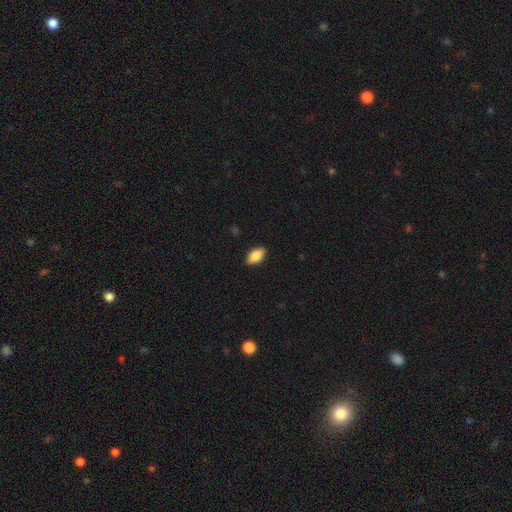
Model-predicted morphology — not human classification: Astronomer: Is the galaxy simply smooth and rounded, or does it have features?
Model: smooth — 85%.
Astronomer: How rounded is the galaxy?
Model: in between — 91%.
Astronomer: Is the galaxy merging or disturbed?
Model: none — 88%.